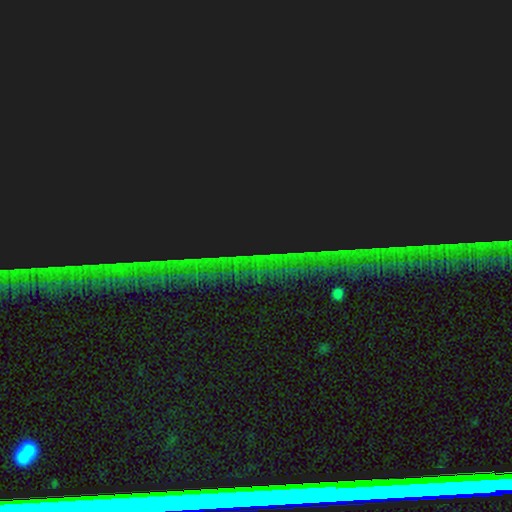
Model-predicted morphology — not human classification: smooth-or-featured: star or artifact: 85% | featured or disk: 8% | smooth: 7%